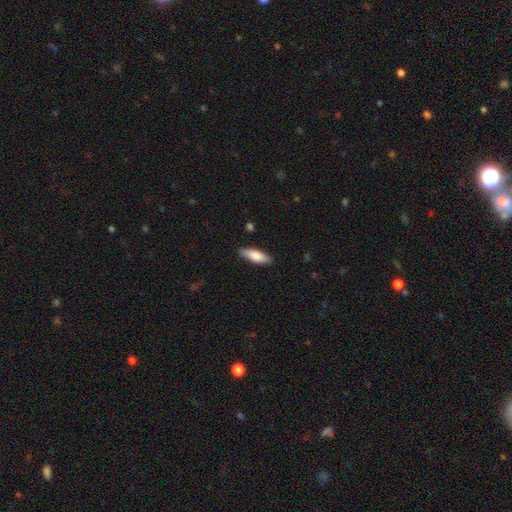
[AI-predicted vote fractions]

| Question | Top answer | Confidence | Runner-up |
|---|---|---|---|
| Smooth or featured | smooth | 81% | featured or disk (13%) |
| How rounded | in between | 65% | cigar-shaped (33%) |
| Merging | none | 84% | minor disturbance (12%) |